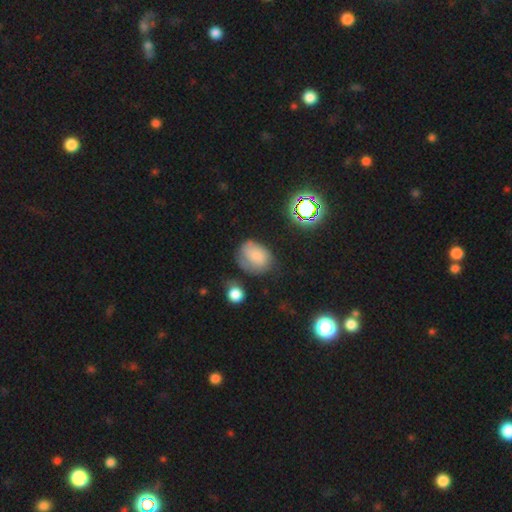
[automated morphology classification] A smooth galaxy with no disk features (67%) that is in between round and cigar-shaped (64%).

Vote fractions:
- Smooth or featured? smooth: 67% / featured or disk: 20% / star or artifact: 13%
- How rounded? in between: 64% / round: 35% / cigar-shaped: 1%
- Merging? none: 48% / minor disturbance: 32% / major disturbance: 15% / merger: 5%